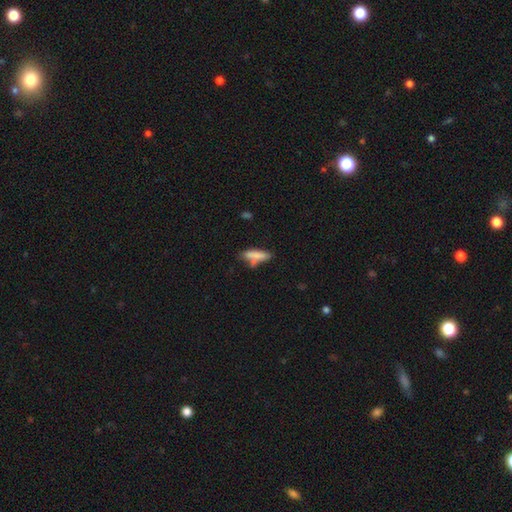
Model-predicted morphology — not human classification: A smooth galaxy with no disk features (79%) that is cigar-shaped (61%). Merging: none (57%).